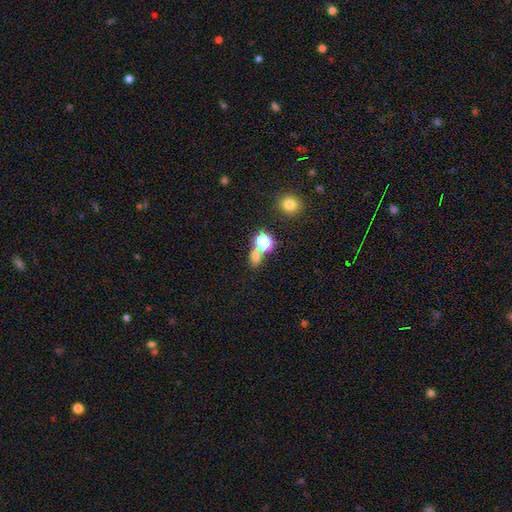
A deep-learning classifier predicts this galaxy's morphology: Q: Smooth or featured?
A: smooth (63%); runner-up: star or artifact (29%)
Q: How rounded?
A: round (55%); runner-up: in between (42%)
Q: Merging?
A: none (55%); runner-up: merger (31%)